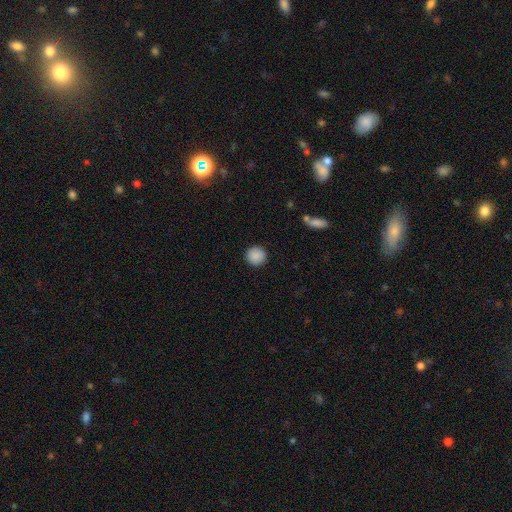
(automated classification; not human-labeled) A smooth galaxy with no disk features (89%) that is round (95%).

Vote fractions:
- Smooth or featured? smooth: 89% / star or artifact: 8% / featured or disk: 3%
- How rounded? round: 95% / in between: 4% / cigar-shaped: 1%
- Merging? none: 92% / minor disturbance: 5% / major disturbance: 2% / merger: 1%